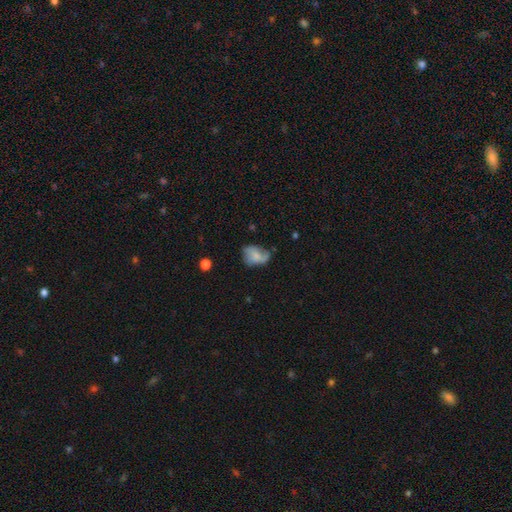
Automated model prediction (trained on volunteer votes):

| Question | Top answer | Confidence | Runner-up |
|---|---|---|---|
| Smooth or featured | smooth | 52% | featured or disk (39%) |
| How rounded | in between | 73% | round (26%) |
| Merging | none | 44% | minor disturbance (34%) |